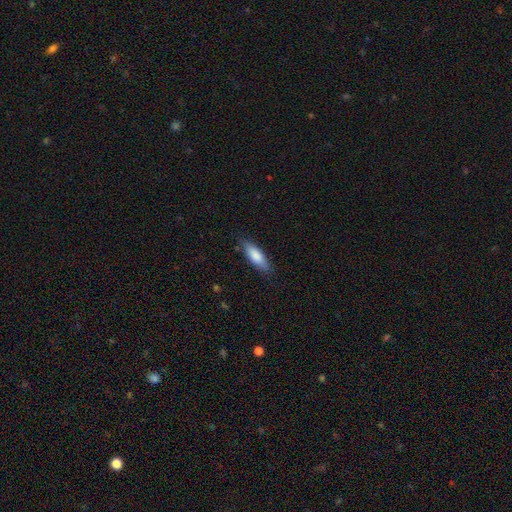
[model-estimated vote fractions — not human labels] Morphology: type=smooth (83%); roundness=in between (57%); merging=none (82%).